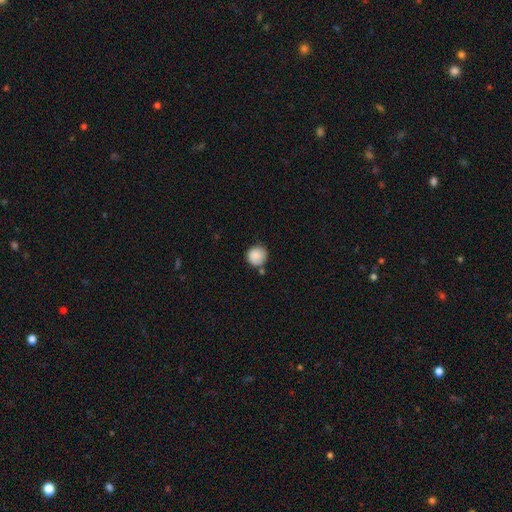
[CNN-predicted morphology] Smooth or featured?
  - smooth: 85% *
  - star or artifact: 8%
  - featured or disk: 7%
How rounded?
  - round: 91% *
  - in between: 8%
  - cigar-shaped: 1%
Merging?
  - none: 66% *
  - minor disturbance: 19%
  - merger: 10%
  - major disturbance: 5%